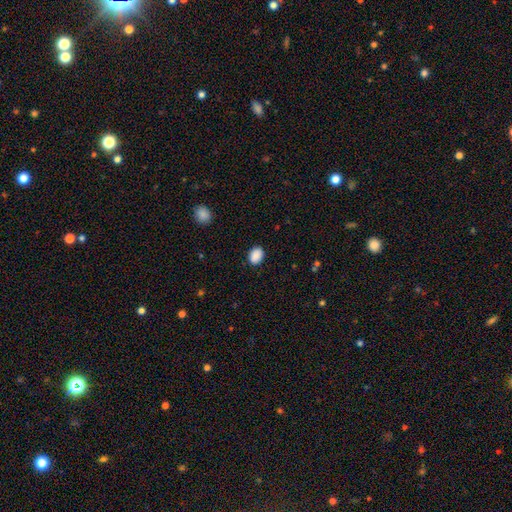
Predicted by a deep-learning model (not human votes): smooth-or-featured: smooth: 89% | star or artifact: 8% | featured or disk: 3%
  how-rounded: in between: 68% | round: 31% | cigar-shaped: 1%
  merging: none: 87% | minor disturbance: 9% | major disturbance: 2% | merger: 1%